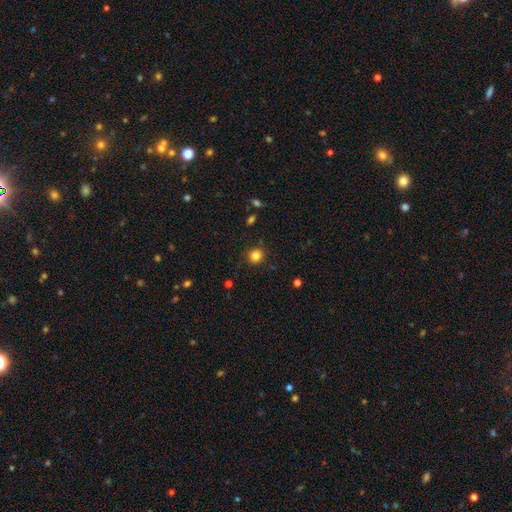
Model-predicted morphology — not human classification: This appears to be a smooth galaxy with no disk features (83%) that is round (90%). Merging: none (91%).